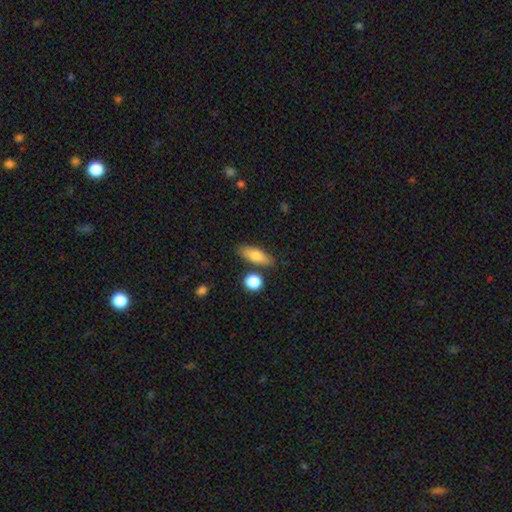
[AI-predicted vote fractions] Smooth or featured? Predicted: smooth (p=0.73). How rounded? Predicted: in between (p=0.60). Merging? Predicted: none (p=0.78).